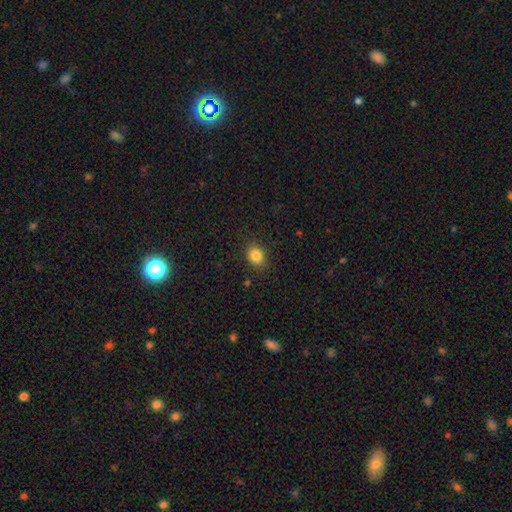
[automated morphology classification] smooth-or-featured: smooth: 84% | star or artifact: 11% | featured or disk: 5%
  how-rounded: round: 55% | in between: 44% | cigar-shaped: 1%
  merging: none: 83% | minor disturbance: 12% | major disturbance: 3% | merger: 1%